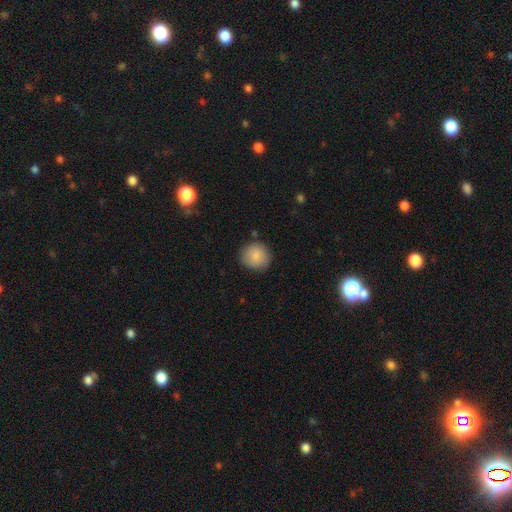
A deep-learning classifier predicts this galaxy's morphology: smooth-or-featured: smooth: 86% | star or artifact: 7% | featured or disk: 6%
  how-rounded: round: 91% | in between: 8% | cigar-shaped: 1%
  merging: none: 83% | minor disturbance: 13% | major disturbance: 3% | merger: 2%